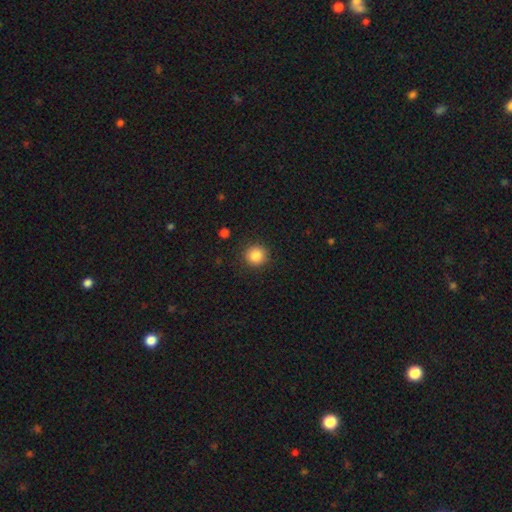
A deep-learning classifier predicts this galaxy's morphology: Smooth or featured: smooth — 85% (star or artifact — 10%)
How rounded: round — 91% (in between — 8%)
Merging: none — 90% (minor disturbance — 7%)